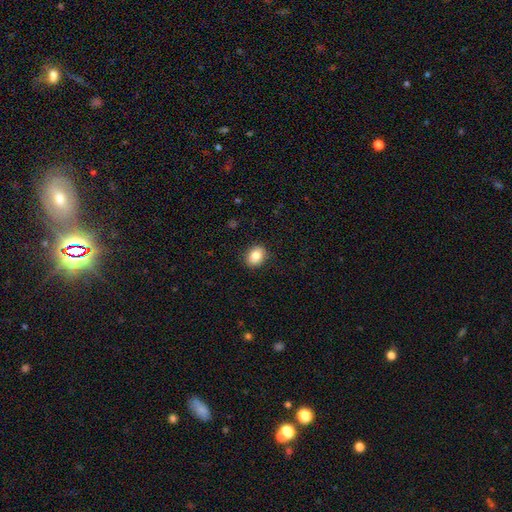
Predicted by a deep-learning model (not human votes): The model was most divided on "how rounded": in between: 57%, round: 42%, cigar-shaped: 1%. More confident: merging — none (89%); smooth or featured — smooth (84%).